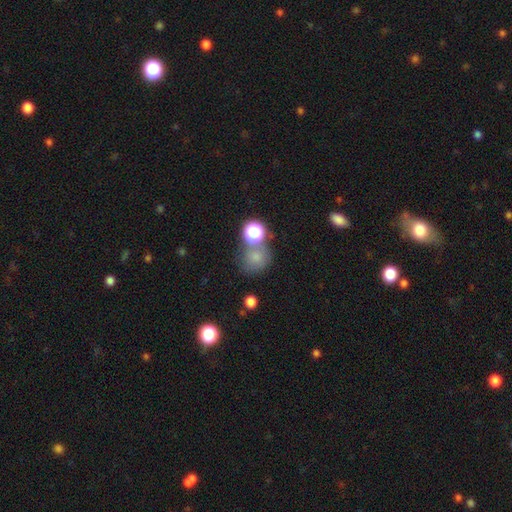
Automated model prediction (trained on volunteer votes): smooth_or_featured: smooth (p=0.71) [alt: star or artifact p=0.19]
how_rounded: round (p=0.78) [alt: in between p=0.21]
merging: none (p=0.54) [alt: merger p=0.22]